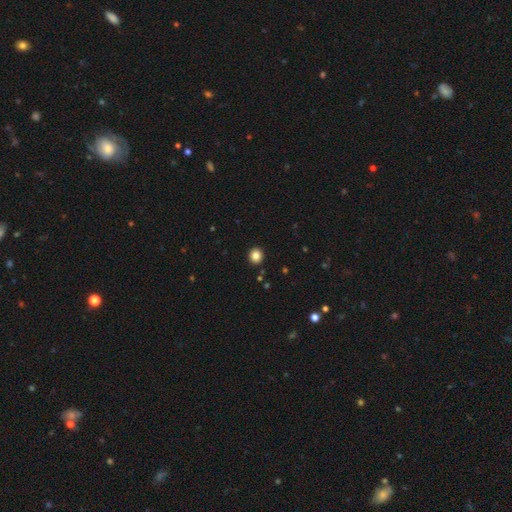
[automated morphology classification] smooth 84%, star or artifact 11%, featured or disk 5%. Down the decision tree: how rounded — round (88%); merging — none (92%).